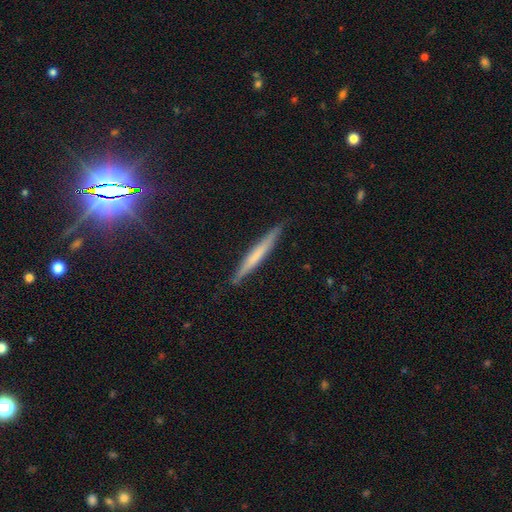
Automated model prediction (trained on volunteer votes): This is possibly a smooth galaxy (49%). Merging: clearly none (89%).